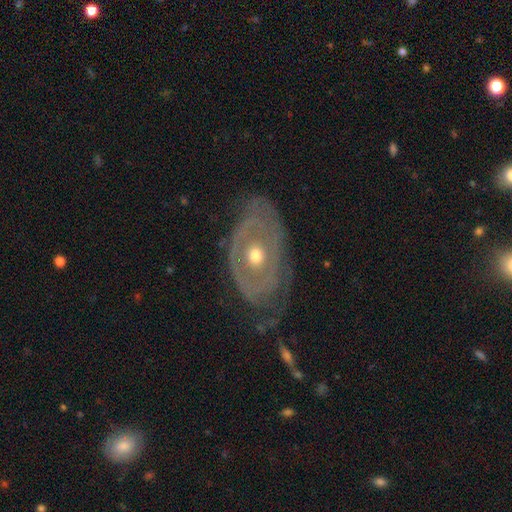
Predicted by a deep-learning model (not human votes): Smooth or featured? Predicted: featured or disk (p=0.77). Edge-on disk? Predicted: no (p=0.93). Bar? Predicted: no (p=0.87). Spiral arms? Predicted: no (p=0.53). Bulge size? Predicted: moderate (p=0.66). Merging? Predicted: none (p=0.64).